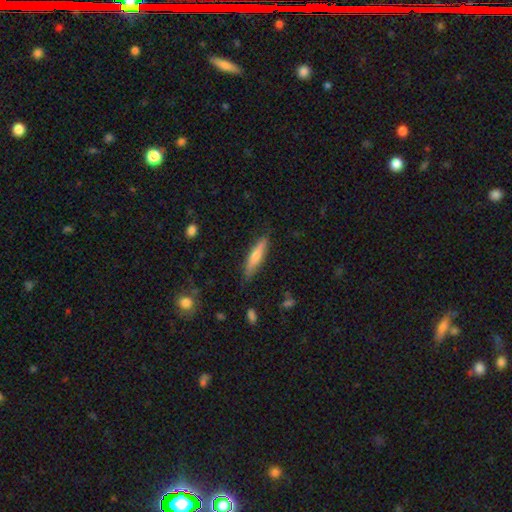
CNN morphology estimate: Smooth or featured? Predicted: smooth (p=0.59). How rounded? Predicted: cigar-shaped (p=0.81). Merging? Predicted: none (p=0.84).